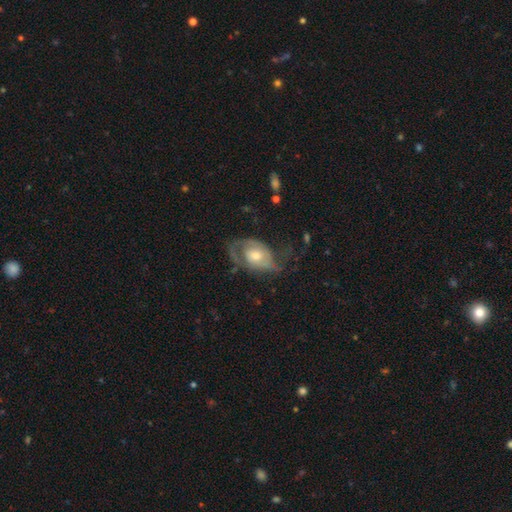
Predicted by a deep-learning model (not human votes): smooth-or-featured: featured or disk: 68% | smooth: 26% | star or artifact: 7%
  disk-edge-on: no: 95% | yes: 5%
    bar: no: 71% | weak: 24% | strong: 5%
    has-spiral-arms: yes: 76% | no: 24%
    bulge-size: moderate: 64% | small: 21% | large: 12% | none: 2% | dominant: 1%
  merging: none: 40% | major disturbance: 33% | minor disturbance: 25% | merger: 2%